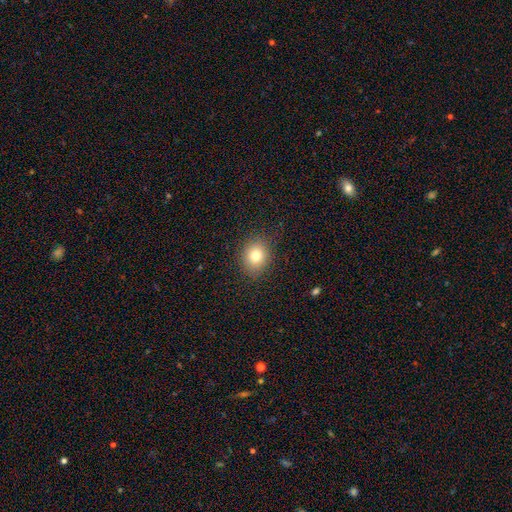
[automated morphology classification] Smooth or featured? Predicted: smooth (p=0.79). How rounded? Predicted: round (p=0.59). Merging? Predicted: none (p=0.86).